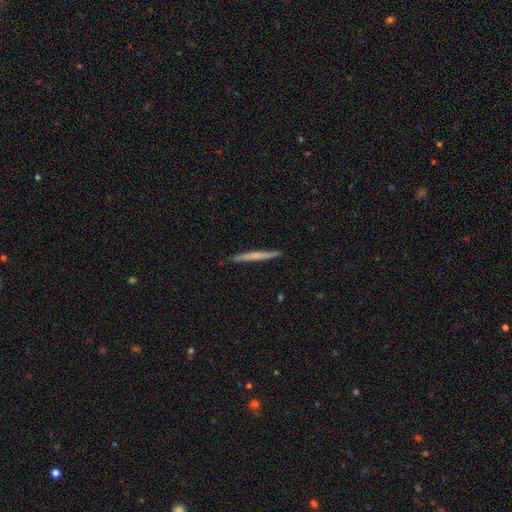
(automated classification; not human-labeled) Smooth or featured?
  - smooth: 55% *
  - featured or disk: 40%
  - star or artifact: 6%
How rounded?
  - cigar-shaped: 97% *
  - in between: 2%
  - round: 1%
Merging?
  - none: 91% *
  - minor disturbance: 7%
  - major disturbance: 1%
  - merger: 1%